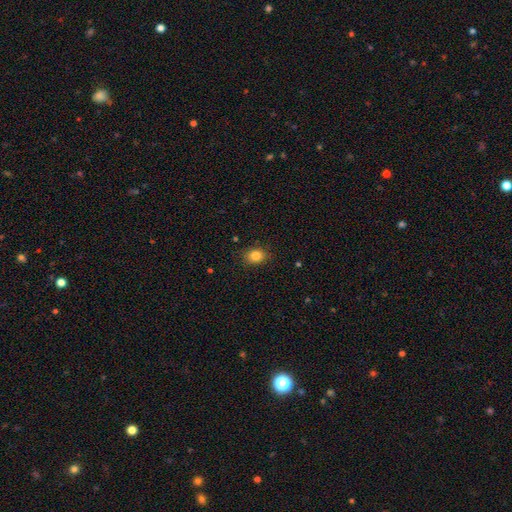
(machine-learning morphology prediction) This is clearly a smooth galaxy (84%). How rounded: possibly in between (53%). Merging: clearly none (86%).